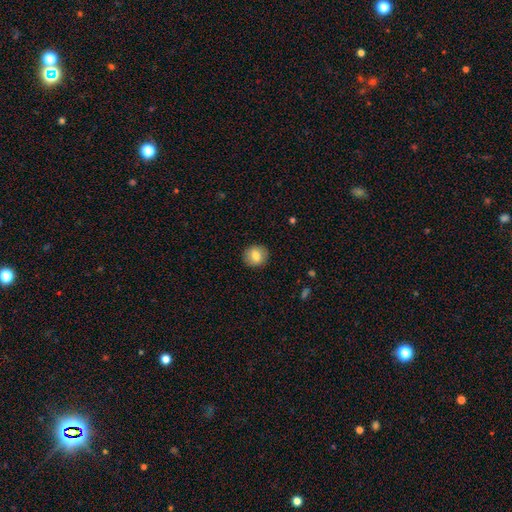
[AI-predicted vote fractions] A smooth galaxy with no disk features (78%) that is round (86%). Merging: none (91%).